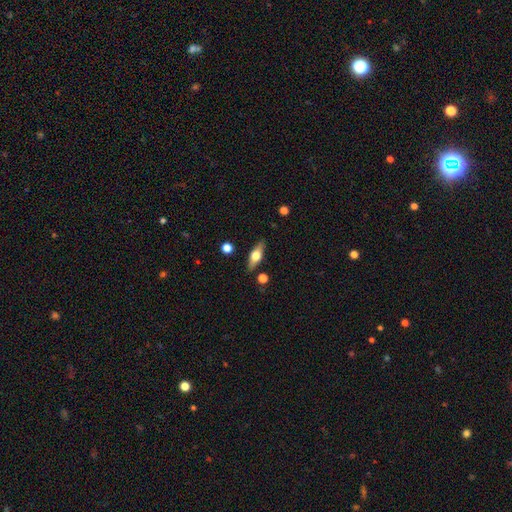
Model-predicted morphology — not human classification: Smooth or featured: smooth — 48% (featured or disk — 46%)
Merging: none — 85% (minor disturbance — 10%)